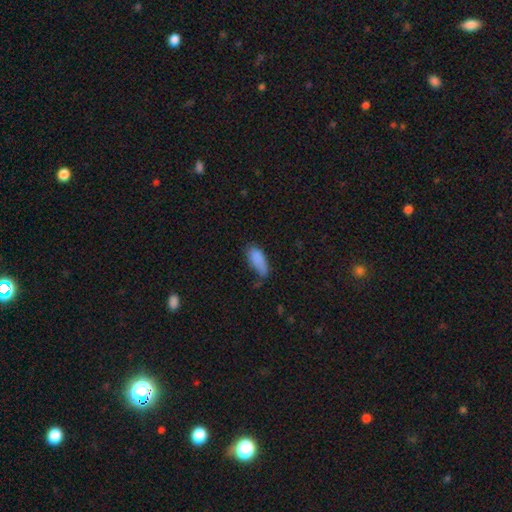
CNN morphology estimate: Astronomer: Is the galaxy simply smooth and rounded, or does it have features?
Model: smooth — 85%.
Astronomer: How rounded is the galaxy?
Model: in between — 83%.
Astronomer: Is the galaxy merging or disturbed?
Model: none — 43% (runner-up: minor disturbance, 37%).